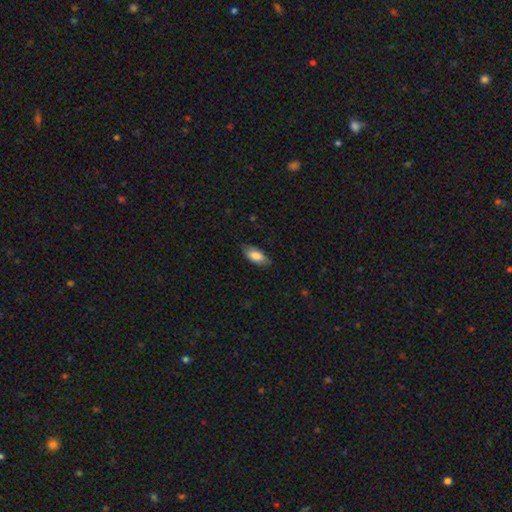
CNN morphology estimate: A smooth galaxy with no disk features (81%) that is in between round and cigar-shaped (86%).

Vote fractions:
- Smooth or featured? smooth: 81% / featured or disk: 13% / star or artifact: 6%
- How rounded? in between: 86% / cigar-shaped: 11% / round: 2%
- Merging? none: 84% / minor disturbance: 13% / major disturbance: 2% / merger: 1%